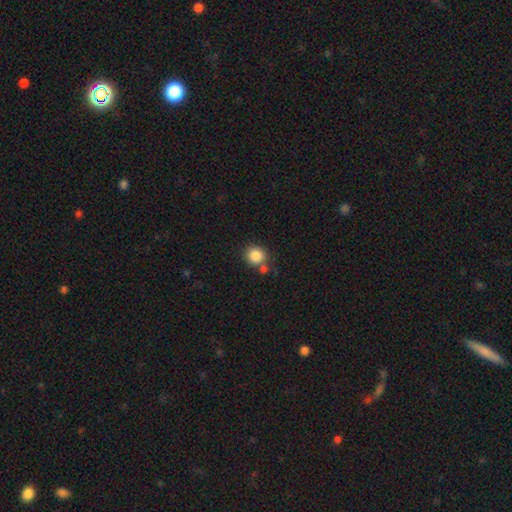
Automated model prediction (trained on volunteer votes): This is clearly a smooth galaxy (86%). How rounded: clearly round (86%). Merging: likely none (68%).